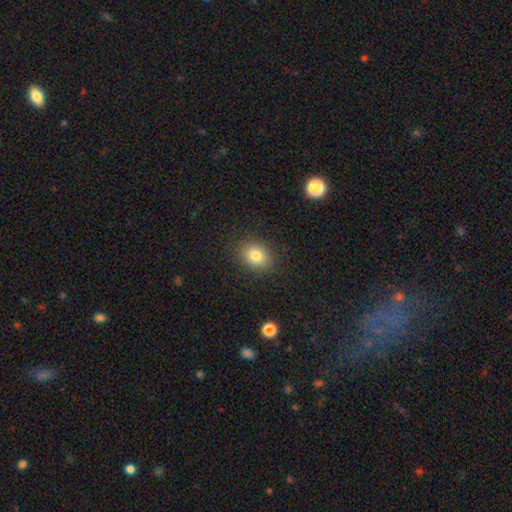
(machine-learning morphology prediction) Smooth or featured?
  - smooth: 81% *
  - star or artifact: 11%
  - featured or disk: 8%
How rounded?
  - in between: 53% *
  - round: 46%
  - cigar-shaped: 1%
Merging?
  - none: 87% *
  - minor disturbance: 9%
  - major disturbance: 3%
  - merger: 1%